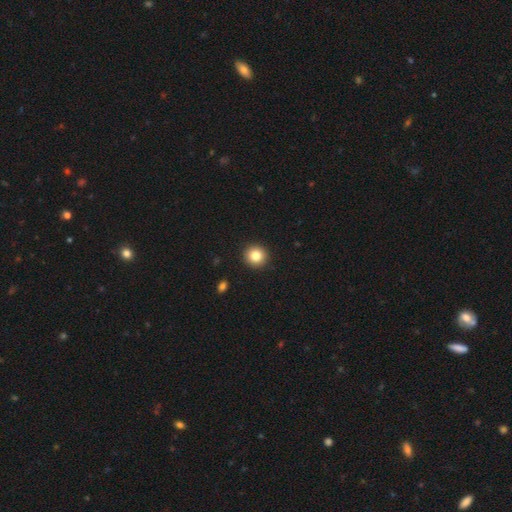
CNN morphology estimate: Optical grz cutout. It shows a smooth galaxy with no disk features (83%) that is round (93%). Merging: none (92%).